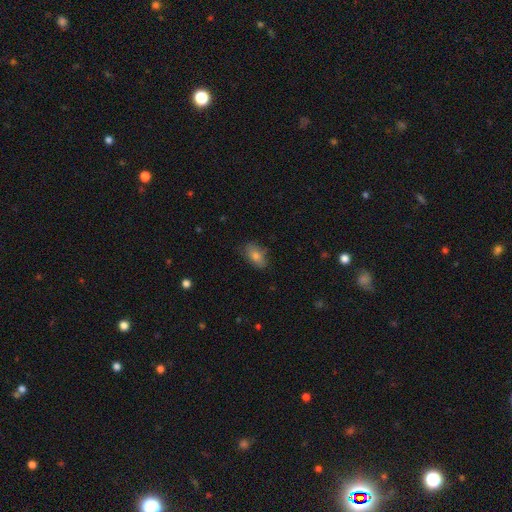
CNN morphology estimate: Smooth or featured? Predicted: smooth (p=0.78). How rounded? Predicted: in between (p=0.89). Merging? Predicted: none (p=0.77).